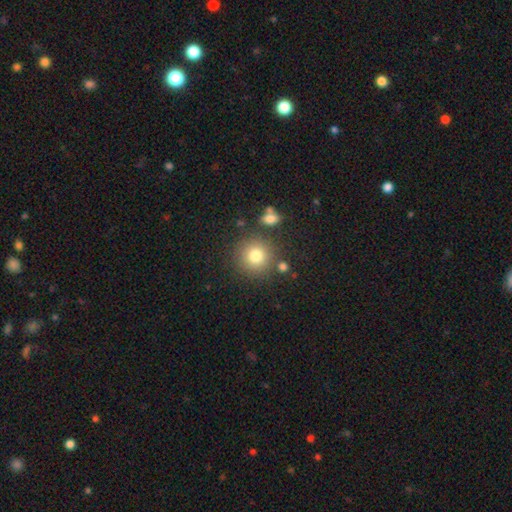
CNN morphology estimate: smooth_or_featured: smooth (p=0.78) [alt: star or artifact p=0.12]
how_rounded: round (p=0.93) [alt: in between p=0.06]
merging: none (p=0.81) [alt: minor disturbance p=0.08]